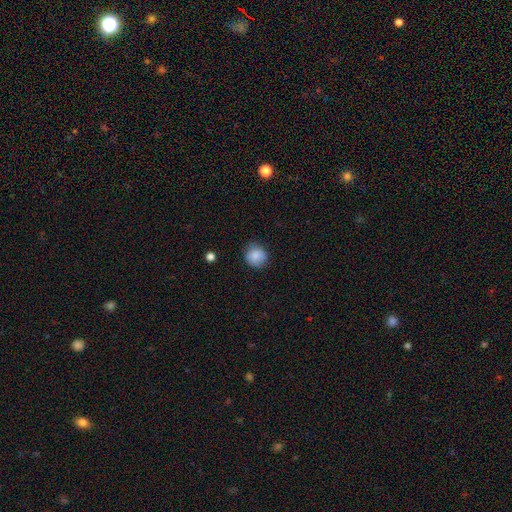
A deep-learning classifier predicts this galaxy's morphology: Q: Smooth or featured?
A: smooth (86%); runner-up: star or artifact (9%)
Q: How rounded?
A: round (86%); runner-up: in between (13%)
Q: Merging?
A: none (81%); runner-up: minor disturbance (14%)